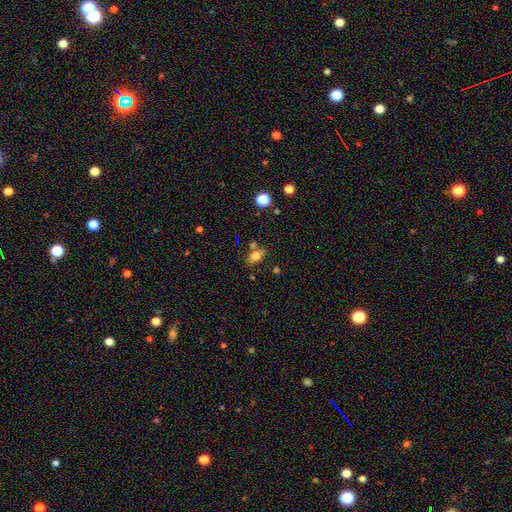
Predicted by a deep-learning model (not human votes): smooth 75%, featured or disk 13%, star or artifact 12%. Down the decision tree: how rounded — in between (80%); merging — none (63%).